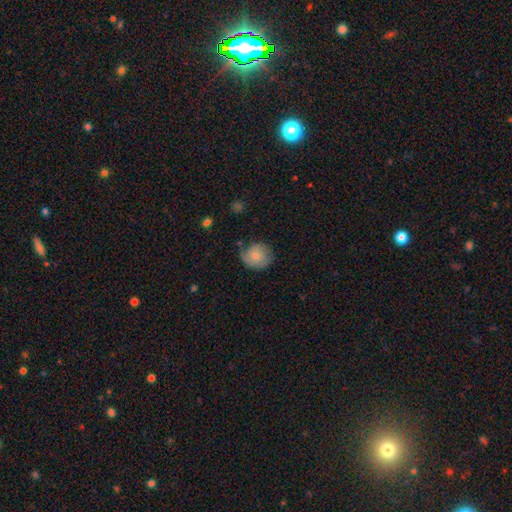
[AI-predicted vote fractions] smooth-or-featured: smooth: 66% | featured or disk: 27% | star or artifact: 7%
  how-rounded: round: 80% | in between: 19% | cigar-shaped: 1%
  merging: none: 61% | minor disturbance: 28% | major disturbance: 8% | merger: 2%